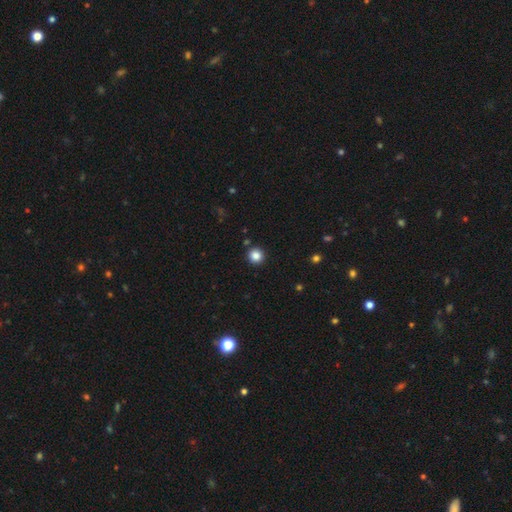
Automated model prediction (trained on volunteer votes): Smooth or featured? smooth (85%)
How rounded? round (94%)
Merging? none (91%)